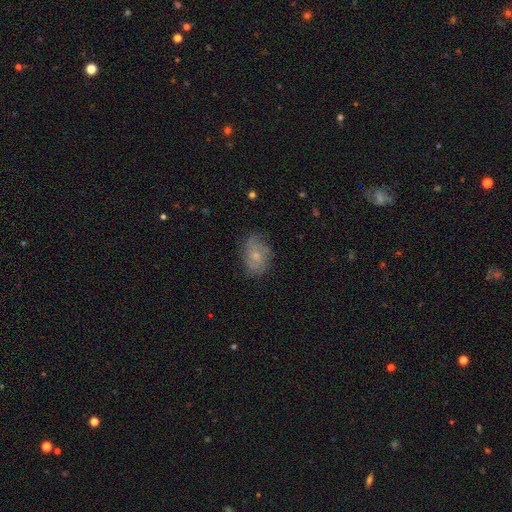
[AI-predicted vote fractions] Overall: featured or disk (54%; smooth 36%). Edge-on disk: no (96%). Bar: no (79%). Spiral arms: yes (82%). Bulge size: small (54%; moderate 39%). Merging: none (72%).